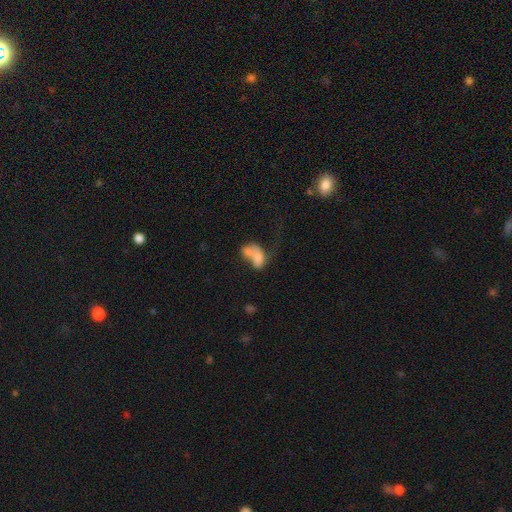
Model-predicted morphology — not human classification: This appears to be a smooth galaxy with no disk features (62%) that is in between round and cigar-shaped (84%). Merging: merger (53%).